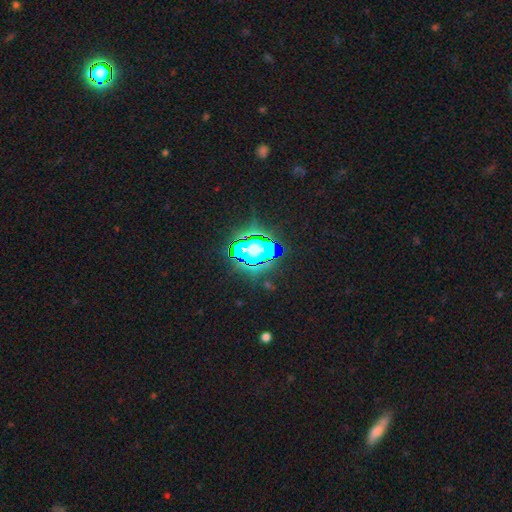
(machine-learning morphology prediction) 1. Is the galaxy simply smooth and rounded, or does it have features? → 65% star or artifact, 20% smooth, 15% featured or disk.